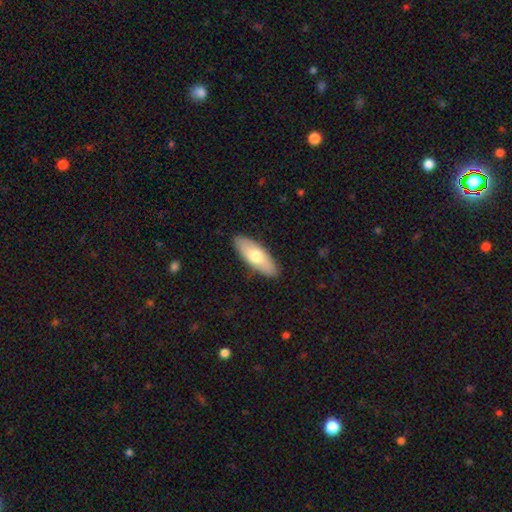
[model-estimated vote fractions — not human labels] This appears to be a smooth galaxy with no disk features (66%) that is in between round and cigar-shaped (71%). Merging: none (88%).